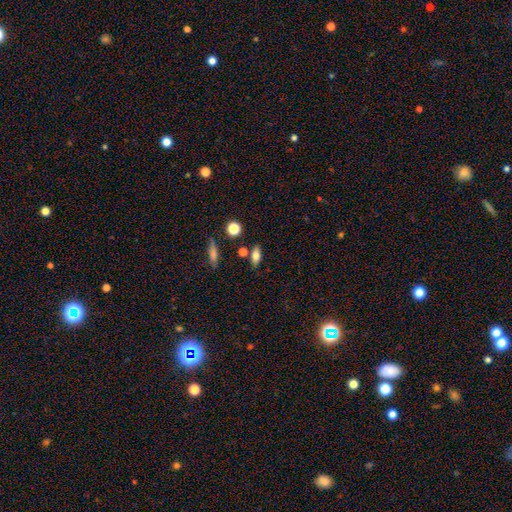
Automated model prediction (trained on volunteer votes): This is likely a smooth galaxy (72%). How rounded: likely in between (75%). Merging: likely none (77%).